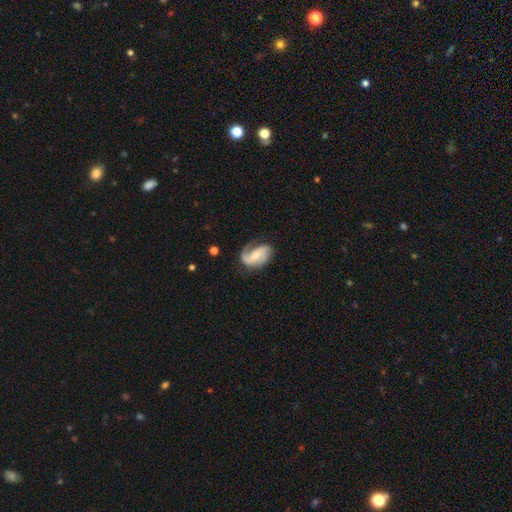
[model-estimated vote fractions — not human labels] Smooth or featured: featured or disk — 75% (smooth — 19%)
Edge-on disk: no — 97% (yes — 3%)
Bar: no — 41% (weak — 40%)
Spiral arms: yes — 94% (no — 6%)
Spiral winding: medium — 43% (loose — 34%)
Spiral arm count: 2 — 60% (1 — 30%)
Bulge size: moderate — 43% (small — 41%)
Merging: none — 57% (minor disturbance — 24%)